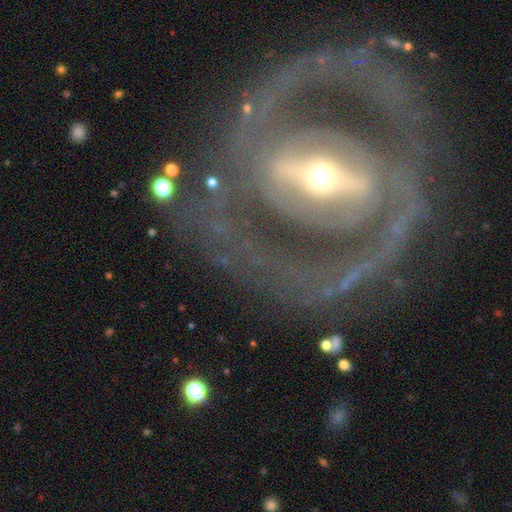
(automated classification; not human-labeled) A featured or disk galaxy (89%) with a strong bar (73%), 2 (77%) tight (46%) spiral arms (82%) and a moderate central bulge (48%). Merging: none (73%).